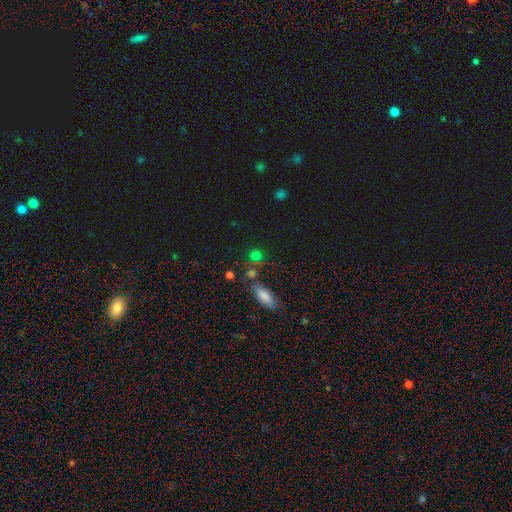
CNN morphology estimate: This appears to be a smooth galaxy with no disk features (68%) that is round (76%). Merging: none (69%).